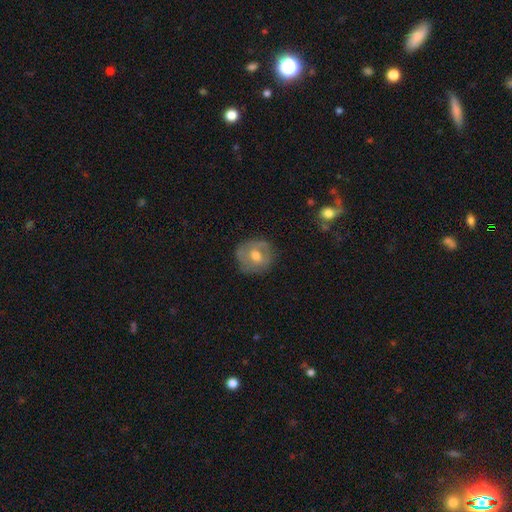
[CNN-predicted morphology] Q: Smooth or featured?
A: smooth (49%); runner-up: featured or disk (43%)
Q: Merging?
A: none (75%); runner-up: minor disturbance (18%)